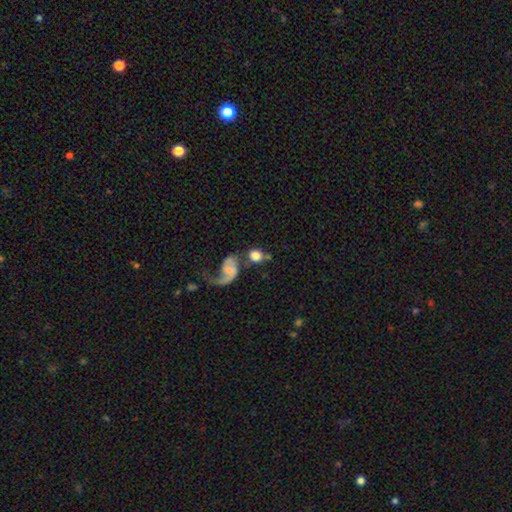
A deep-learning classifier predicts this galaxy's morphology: Smooth or featured: smooth — 69% (featured or disk — 23%)
How rounded: round — 71% (in between — 27%)
Merging: none — 45% (merger — 31%)